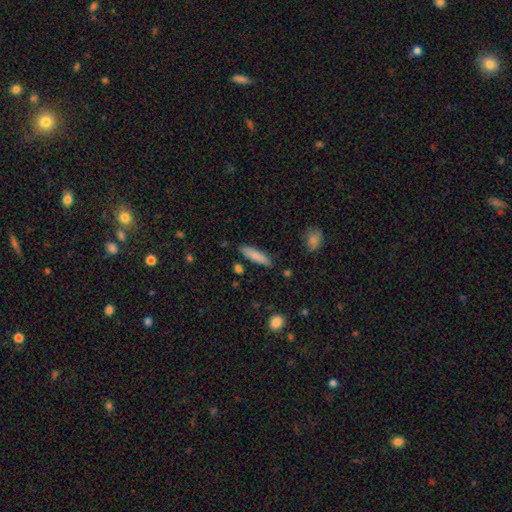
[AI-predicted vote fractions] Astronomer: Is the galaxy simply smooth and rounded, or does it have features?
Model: smooth — 82%.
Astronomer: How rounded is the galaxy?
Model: cigar-shaped — 72%.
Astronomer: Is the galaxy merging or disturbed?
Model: none — 85%.